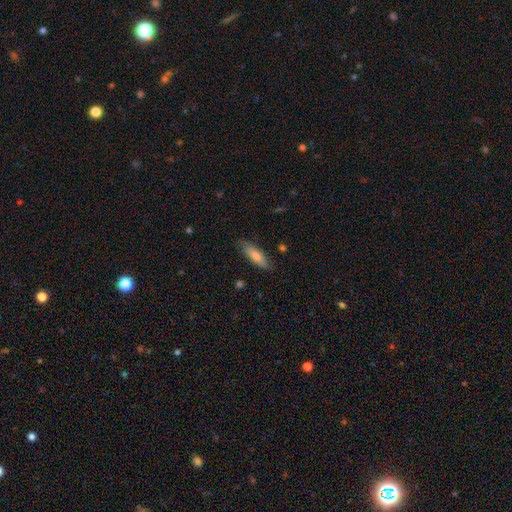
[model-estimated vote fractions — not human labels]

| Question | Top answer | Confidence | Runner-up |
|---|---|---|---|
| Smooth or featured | smooth | 70% | featured or disk (23%) |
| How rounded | cigar-shaped | 56% | in between (42%) |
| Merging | none | 80% | minor disturbance (15%) |